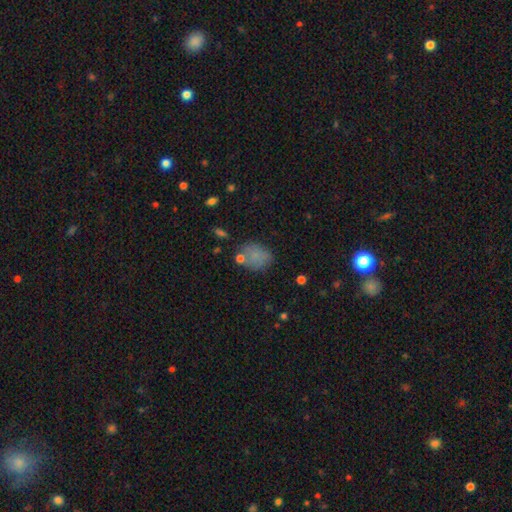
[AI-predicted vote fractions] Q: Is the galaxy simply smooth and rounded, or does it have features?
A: smooth — 74%.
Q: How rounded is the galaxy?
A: in between — 60%.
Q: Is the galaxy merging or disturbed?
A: none — 61%.